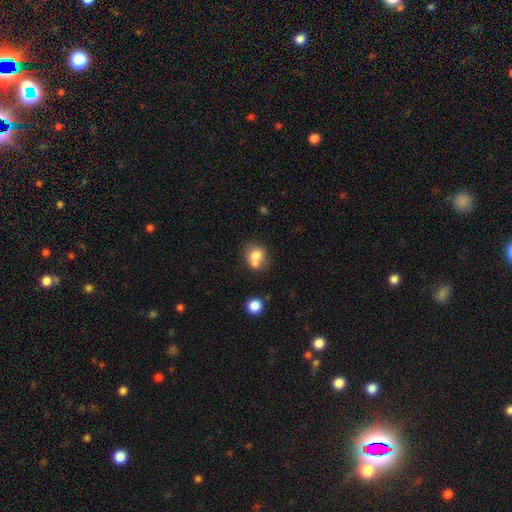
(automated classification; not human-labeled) Smooth or featured? smooth (74%)
How rounded? round (67%)
Merging? merger (43%)